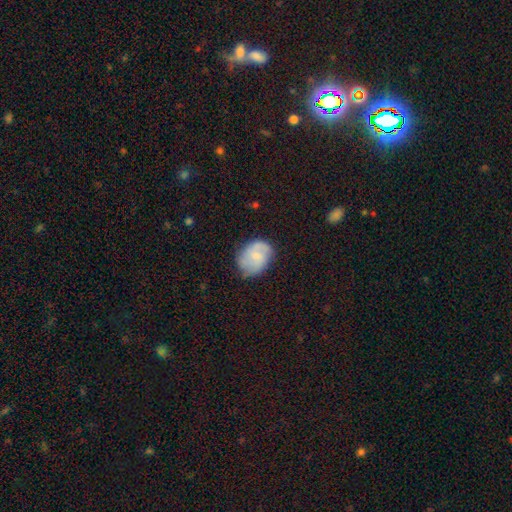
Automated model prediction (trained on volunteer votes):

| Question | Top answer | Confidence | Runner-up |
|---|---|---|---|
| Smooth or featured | featured or disk | 47% | smooth (46%) |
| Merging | none | 65% | minor disturbance (25%) |